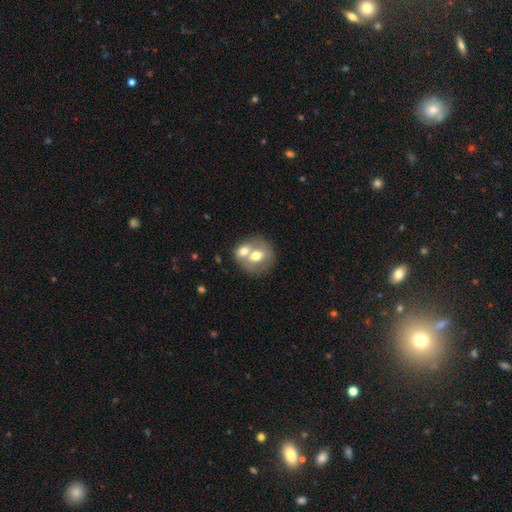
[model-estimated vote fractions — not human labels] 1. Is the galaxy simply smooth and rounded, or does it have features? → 61% smooth, 31% featured or disk, 8% star or artifact.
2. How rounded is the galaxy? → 69% round, 30% in between, 1% cigar-shaped.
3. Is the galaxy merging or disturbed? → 49% merger, 39% none, 8% minor disturbance, 3% major disturbance.